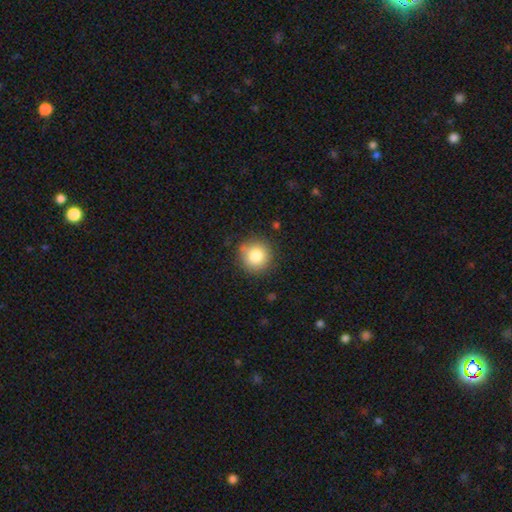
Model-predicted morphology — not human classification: Smooth or featured? smooth (82%)
How rounded? round (93%)
Merging? none (85%)